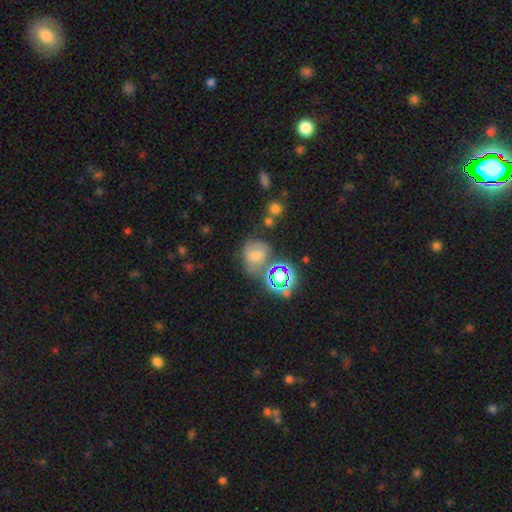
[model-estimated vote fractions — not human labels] Smooth or featured? Predicted: smooth (p=0.40). Merging? Predicted: none (p=0.56).